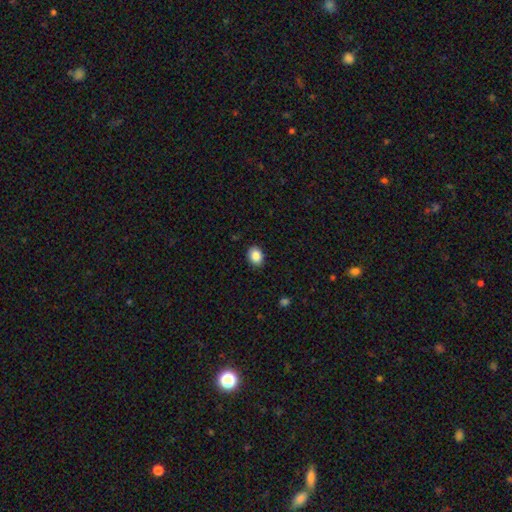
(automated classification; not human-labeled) Smooth or featured? smooth (88%)
How rounded? in between (54%)
Merging? none (89%)